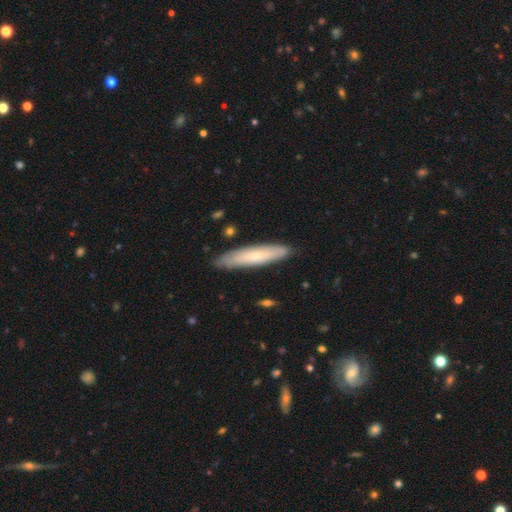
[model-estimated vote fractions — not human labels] Morphology: type=smooth (58%); roundness=cigar-shaped (85%); merging=none (86%).